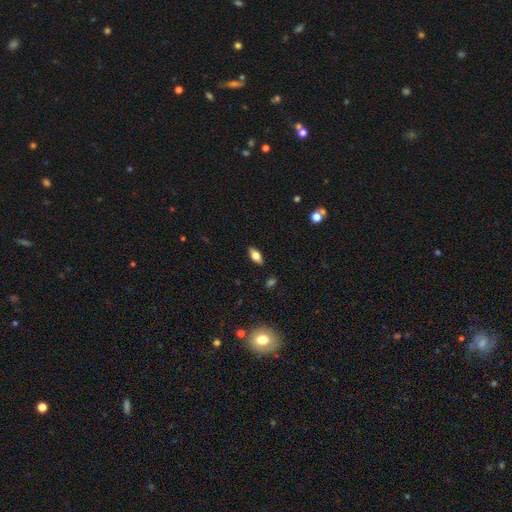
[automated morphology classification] Smooth or featured: smooth — 72% (featured or disk — 21%)
How rounded: in between — 86% (cigar-shaped — 11%)
Merging: none — 88% (minor disturbance — 9%)